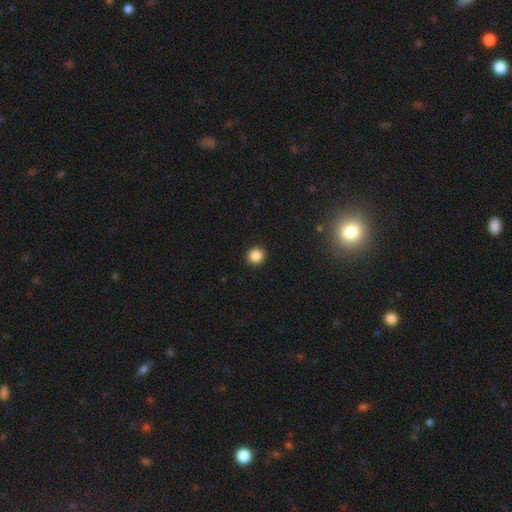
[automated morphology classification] Smooth or featured? smooth (86%)
How rounded? round (92%)
Merging? none (93%)